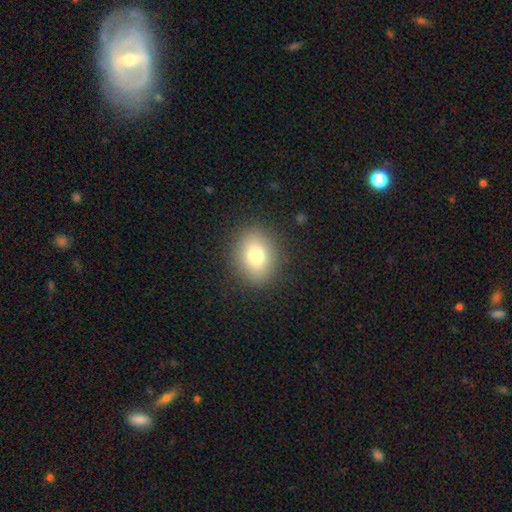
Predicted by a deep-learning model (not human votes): Smooth or featured? smooth (77%)
How rounded? round (54%)
Merging? none (88%)